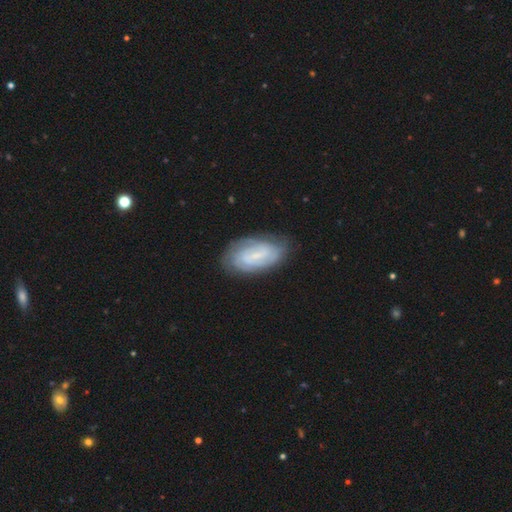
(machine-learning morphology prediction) smooth_or_featured: featured or disk (p=0.66) [alt: smooth p=0.27]
disk_edge_on: no (p=0.95) [alt: yes p=0.05]
bar: weak (p=0.50) [alt: no p=0.27]
has_spiral_arms: yes (p=0.86) [alt: no p=0.14]
spiral_winding: tight (p=0.56) [alt: medium p=0.32]
spiral_arm_count: 2 (p=0.44) [alt: can't tell p=0.38]
bulge_size: small (p=0.60) [alt: none p=0.21]
merging: none (p=0.75) [alt: minor disturbance p=0.18]